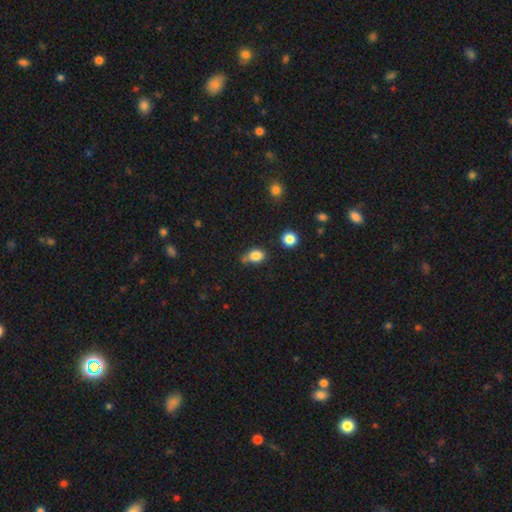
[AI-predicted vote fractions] A smooth galaxy with no disk features (83%) that is in between round and cigar-shaped (65%). Merging: none (57%).